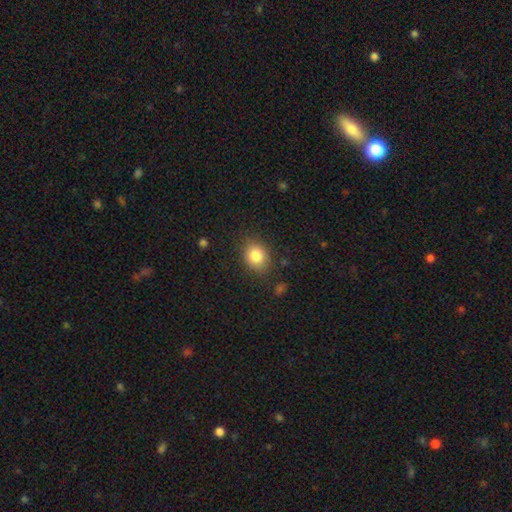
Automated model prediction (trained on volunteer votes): Smooth or featured? Predicted: smooth (p=0.83). How rounded? Predicted: round (p=0.54). Merging? Predicted: none (p=0.83).